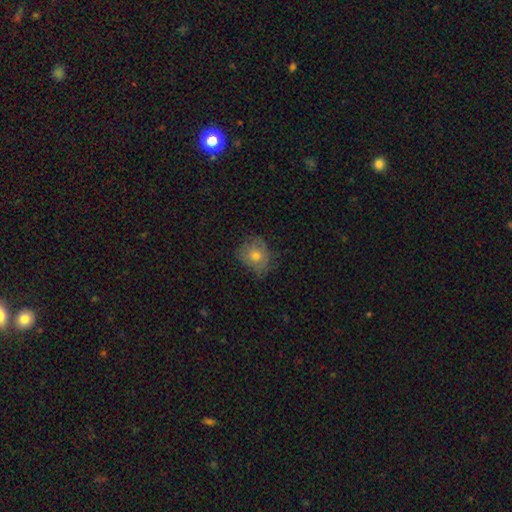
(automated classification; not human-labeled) smooth 66%, featured or disk 24%, star or artifact 10%. Down the decision tree: how rounded — round (68%); merging — none (59%).